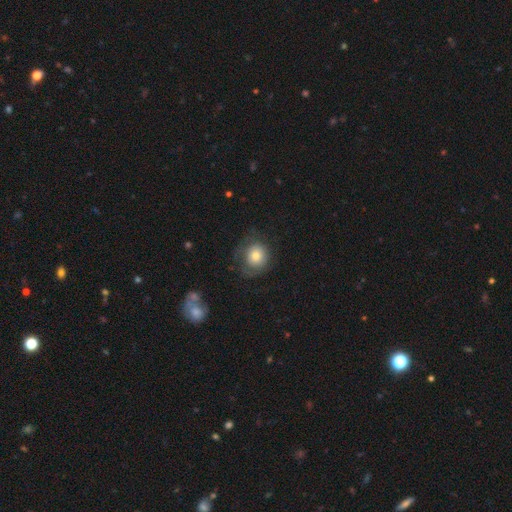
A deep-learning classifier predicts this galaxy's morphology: type=smooth (69%); roundness=round (80%); merging=none (58%).